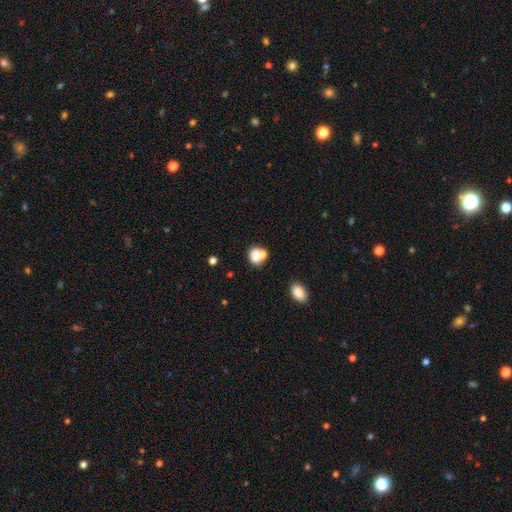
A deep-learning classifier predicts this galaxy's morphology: This is likely a smooth galaxy (73%). How rounded: possibly round (55%). Merging: marginally merger (43%).